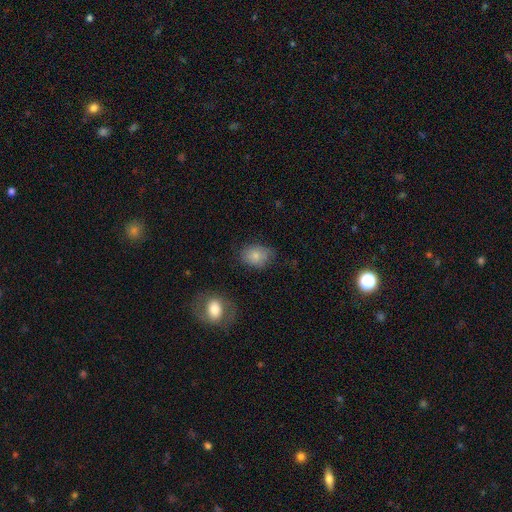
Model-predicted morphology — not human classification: type=smooth (80%); roundness=in between (61%); merging=none (69%).